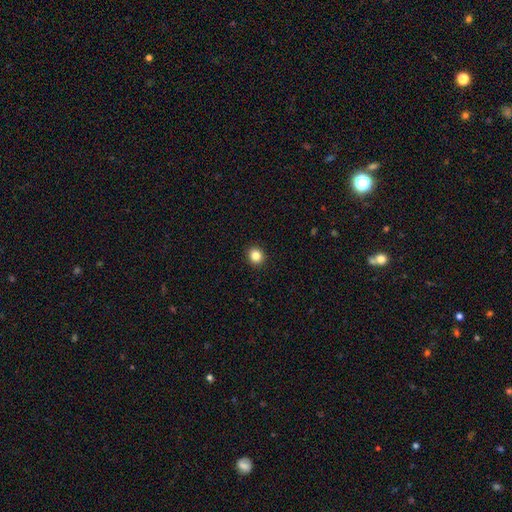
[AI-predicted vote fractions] The model was most divided on "how rounded": round: 84%, in between: 15%, cigar-shaped: 1%. More confident: merging — none (93%); smooth or featured — smooth (84%).